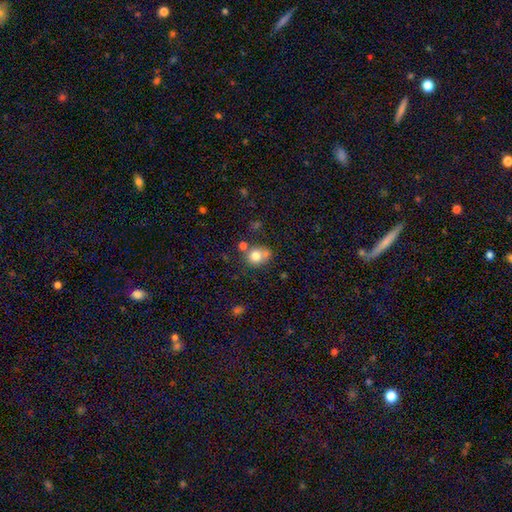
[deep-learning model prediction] The model was most divided on "merging": none: 50%, merger: 25%, minor disturbance: 18%, major disturbance: 7%. More confident: smooth or featured — smooth (77%); how rounded — round (71%).